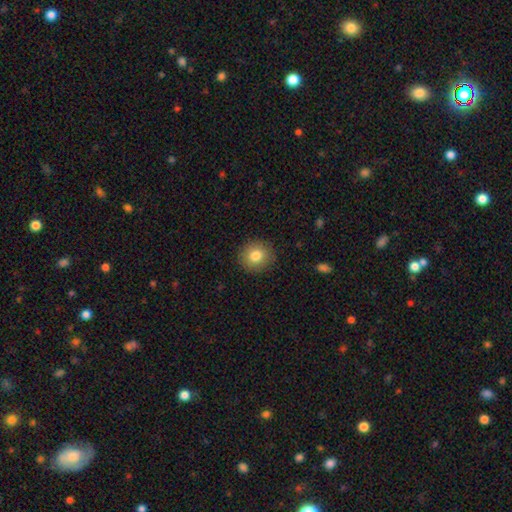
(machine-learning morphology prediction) This appears to be a smooth galaxy with no disk features (81%) that is round (89%). Merging: none (90%).